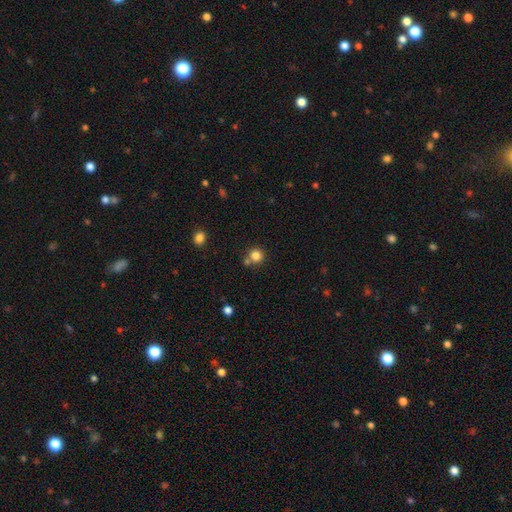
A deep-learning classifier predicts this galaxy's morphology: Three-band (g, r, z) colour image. It shows a smooth galaxy with no disk features (82%) that is round (93%). Merging: none (68%).